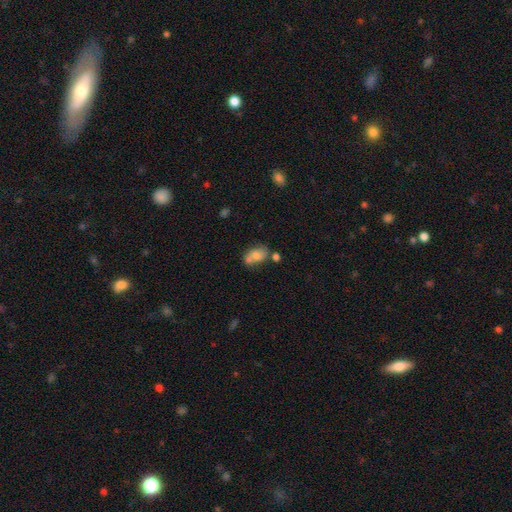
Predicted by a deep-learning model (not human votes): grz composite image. It shows a smooth galaxy with no disk features (67%) that is in between round and cigar-shaped (77%). Merging: merger (40%).